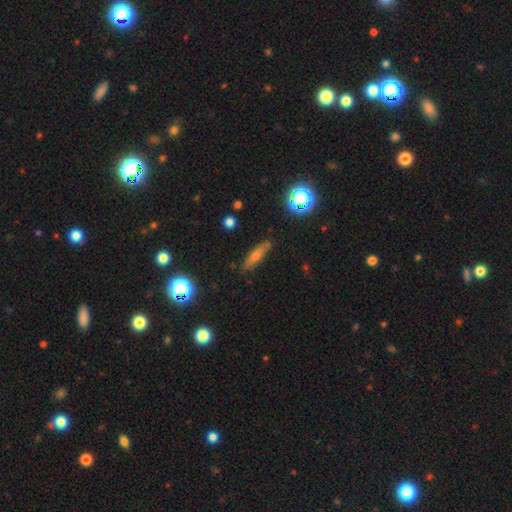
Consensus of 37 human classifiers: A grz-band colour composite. It shows a smooth galaxy with no disk features (57%) that is cigar-shaped (76%). Merging: none (77%).